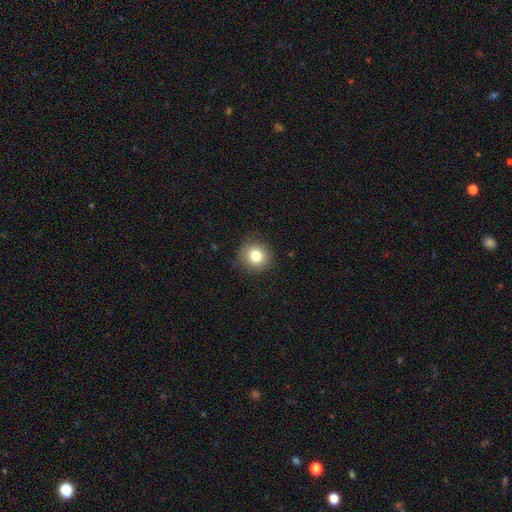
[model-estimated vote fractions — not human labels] A smooth galaxy with no disk features (81%) that is round (90%). Merging: none (88%).